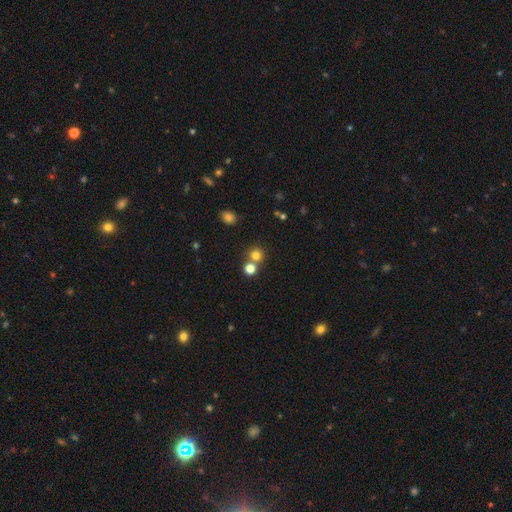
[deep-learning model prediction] Morphology: type=smooth (76%); roundness=round (90%); merging=none (61%).